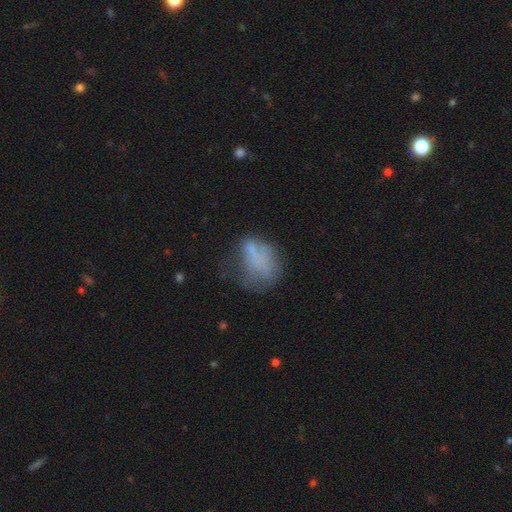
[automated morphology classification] The model was most divided on "merging": none: 34%, major disturbance: 32%, minor disturbance: 27%, merger: 7%. More confident: how rounded — in between (66%); smooth or featured — smooth (57%).